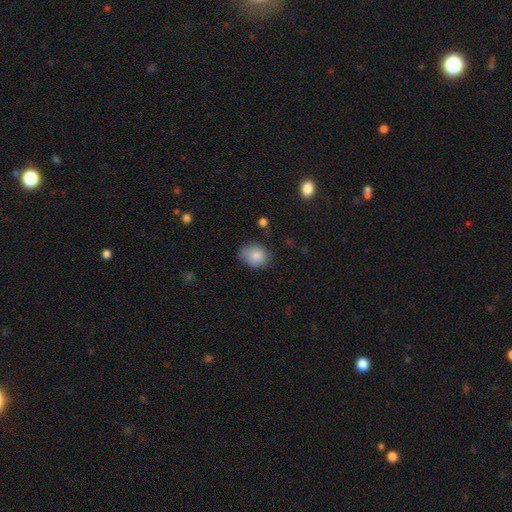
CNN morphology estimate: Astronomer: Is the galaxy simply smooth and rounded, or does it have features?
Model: smooth — 83%.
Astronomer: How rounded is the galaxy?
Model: round — 50% (runner-up: in between, 49%).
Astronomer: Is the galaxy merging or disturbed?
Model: none — 64%.